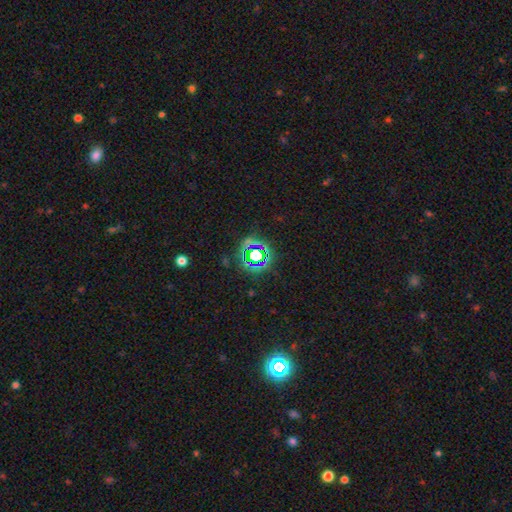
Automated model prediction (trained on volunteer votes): The model was most divided on "smooth or featured": star or artifact: 69%, smooth: 20%, featured or disk: 11%.